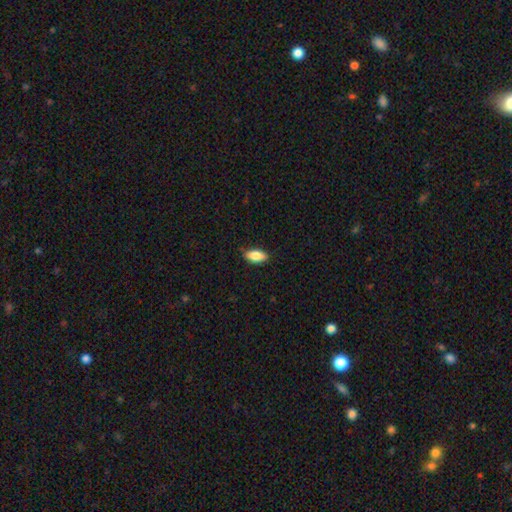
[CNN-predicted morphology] The model was most divided on "merging": none: 86%, minor disturbance: 11%, major disturbance: 2%, merger: 1%. More confident: how rounded — in between (90%); smooth or featured — smooth (84%).